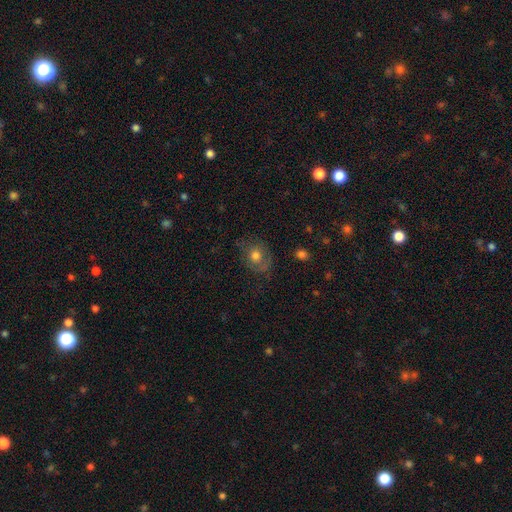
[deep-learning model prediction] Smooth or featured? smooth (62%)
How rounded? round (58%)
Merging? none (59%)